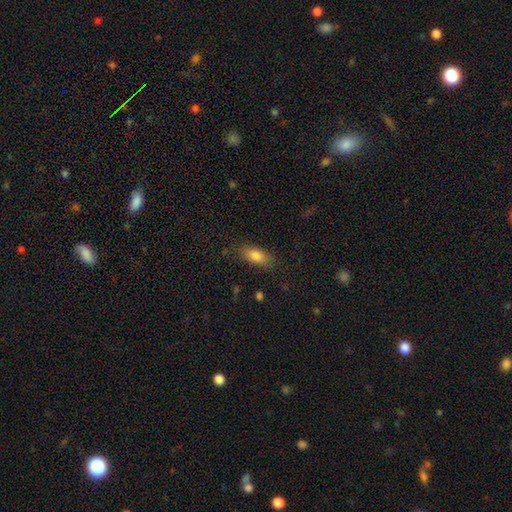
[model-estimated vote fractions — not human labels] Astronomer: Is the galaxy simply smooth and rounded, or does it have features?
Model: smooth — 80%.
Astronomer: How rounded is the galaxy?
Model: in between — 78%.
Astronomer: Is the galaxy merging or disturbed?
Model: none — 82%.